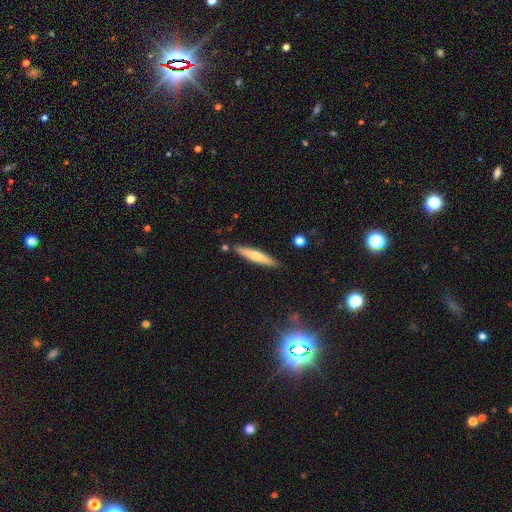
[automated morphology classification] A smooth galaxy with no disk features (54%) that is cigar-shaped (91%).

Vote fractions:
- Smooth or featured? smooth: 54% / featured or disk: 40% / star or artifact: 6%
- How rounded? cigar-shaped: 91% / in between: 7% / round: 1%
- Merging? none: 86% / minor disturbance: 9% / merger: 3% / major disturbance: 2%